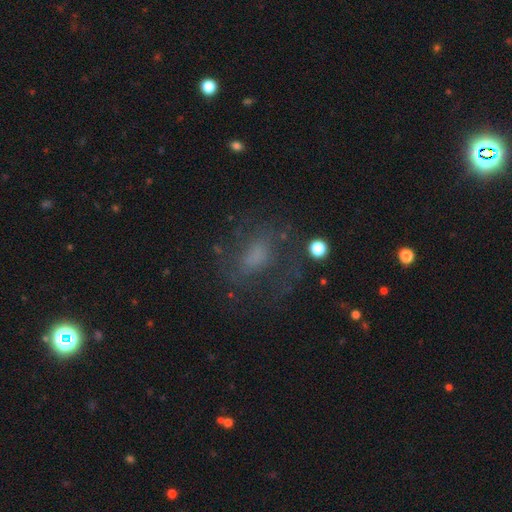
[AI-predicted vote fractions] smooth_or_featured: featured or disk (p=0.45) [alt: smooth p=0.37]
merging: none (p=0.58) [alt: major disturbance p=0.21]